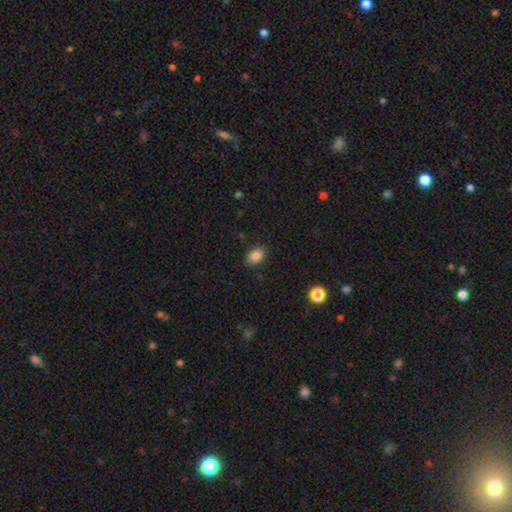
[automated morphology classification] Overall: smooth (85%). How rounded: in between (78%). Merging: none (87%).